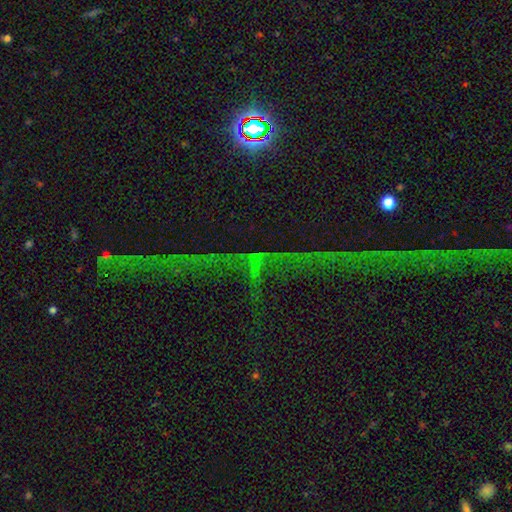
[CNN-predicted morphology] Smooth or featured? Predicted: star or artifact (p=0.76).